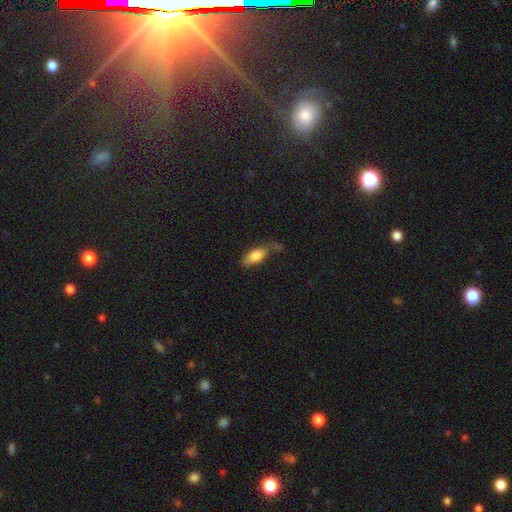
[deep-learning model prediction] Smooth or featured: smooth — 78% (featured or disk — 14%)
How rounded: in between — 79% (cigar-shaped — 18%)
Merging: none — 46% (minor disturbance — 32%)